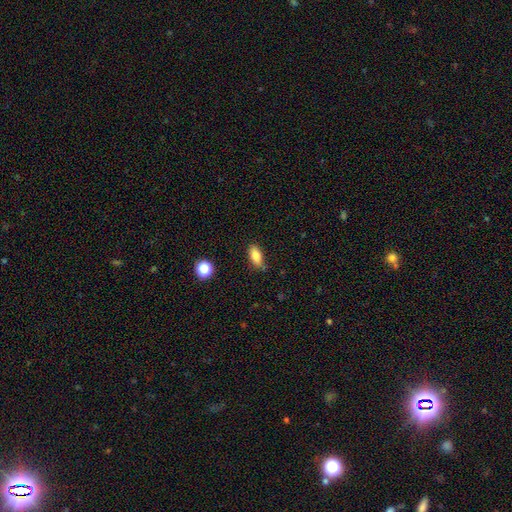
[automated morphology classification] Smooth or featured? Predicted: smooth (p=0.82). How rounded? Predicted: in between (p=0.84). Merging? Predicted: none (p=0.74).